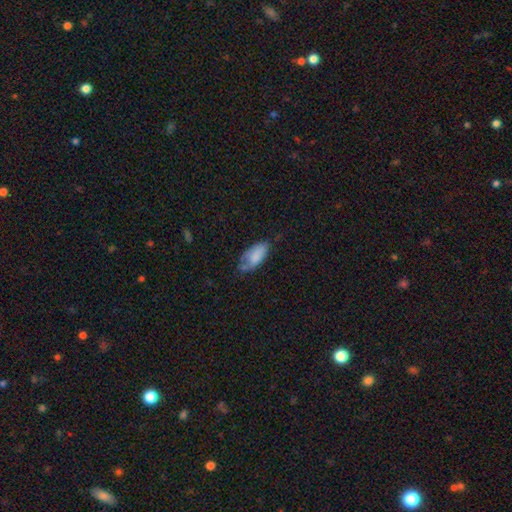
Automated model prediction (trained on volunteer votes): Smooth or featured?
  - smooth: 78% *
  - featured or disk: 14%
  - star or artifact: 8%
How rounded?
  - in between: 91% *
  - cigar-shaped: 7%
  - round: 2%
Merging?
  - none: 43% *
  - minor disturbance: 37%
  - major disturbance: 15%
  - merger: 5%